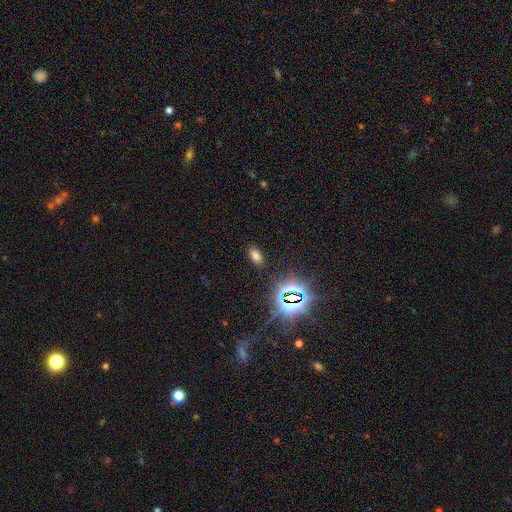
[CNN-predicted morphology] Smooth or featured?
  - smooth: 66% *
  - star or artifact: 27%
  - featured or disk: 7%
How rounded?
  - in between: 90% *
  - round: 6%
  - cigar-shaped: 4%
Merging?
  - none: 87% *
  - minor disturbance: 9%
  - major disturbance: 3%
  - merger: 2%